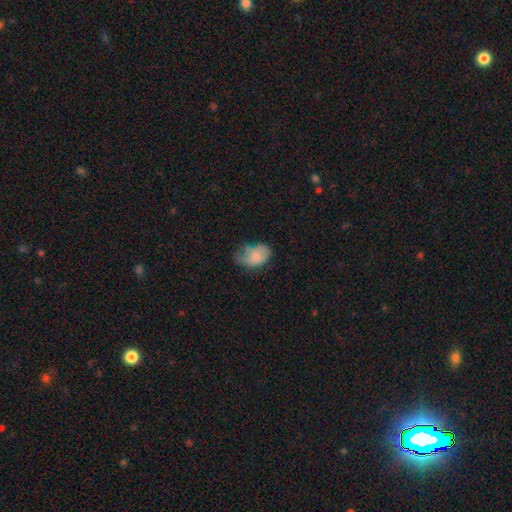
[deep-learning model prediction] smooth_or_featured: smooth (p=0.76) [alt: featured or disk p=0.15]
how_rounded: in between (p=0.85) [alt: round p=0.14]
merging: minor disturbance (p=0.40) [alt: none p=0.33]